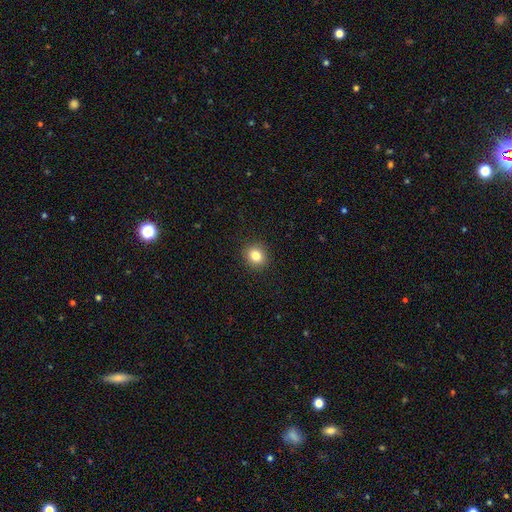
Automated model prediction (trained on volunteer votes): Smooth or featured?
  - smooth: 83% *
  - star or artifact: 11%
  - featured or disk: 6%
How rounded?
  - round: 74% *
  - in between: 25%
  - cigar-shaped: 1%
Merging?
  - none: 91% *
  - minor disturbance: 6%
  - major disturbance: 2%
  - merger: 1%